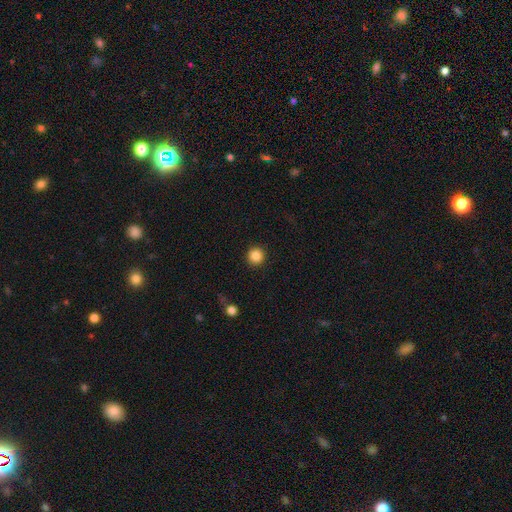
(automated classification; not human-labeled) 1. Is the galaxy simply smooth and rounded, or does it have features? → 86% smooth, 10% star or artifact, 4% featured or disk.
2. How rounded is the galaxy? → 95% round, 4% in between, 1% cigar-shaped.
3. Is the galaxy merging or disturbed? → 91% none, 5% minor disturbance, 2% major disturbance, 1% merger.